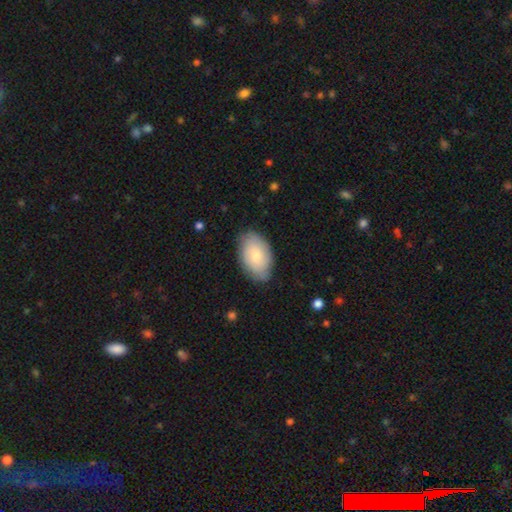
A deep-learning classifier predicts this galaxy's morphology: smooth 75%, featured or disk 20%, star or artifact 6%. Down the decision tree: how rounded — in between (92%); merging — none (78%).